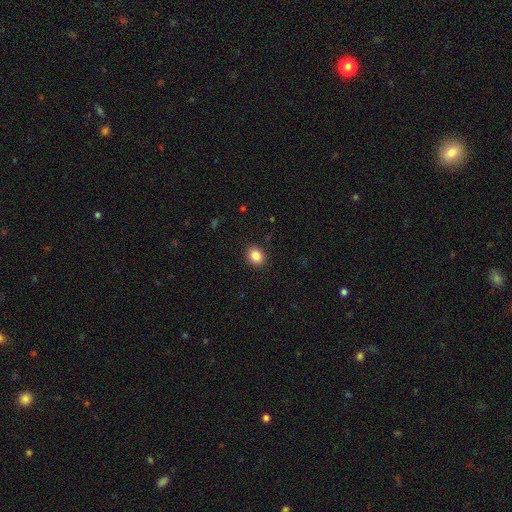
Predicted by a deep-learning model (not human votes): smooth 86%, star or artifact 9%, featured or disk 5%. Down the decision tree: how rounded — round (59%); merging — none (90%).